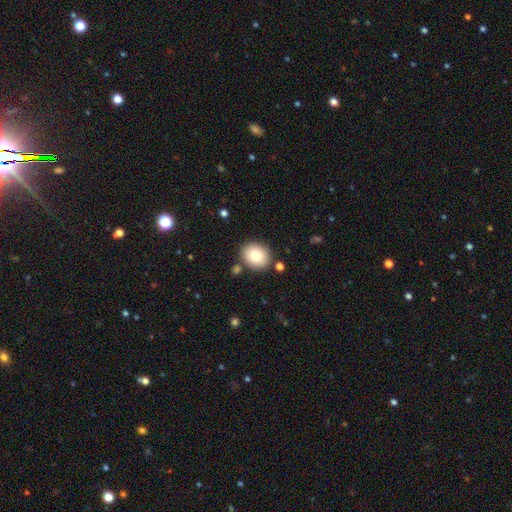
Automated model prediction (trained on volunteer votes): A smooth galaxy with no disk features (81%) that is round (64%).

Vote fractions:
- Smooth or featured? smooth: 81% / featured or disk: 10% / star or artifact: 9%
- How rounded? round: 64% / in between: 35% / cigar-shaped: 1%
- Merging? none: 83% / minor disturbance: 9% / merger: 5% / major disturbance: 2%